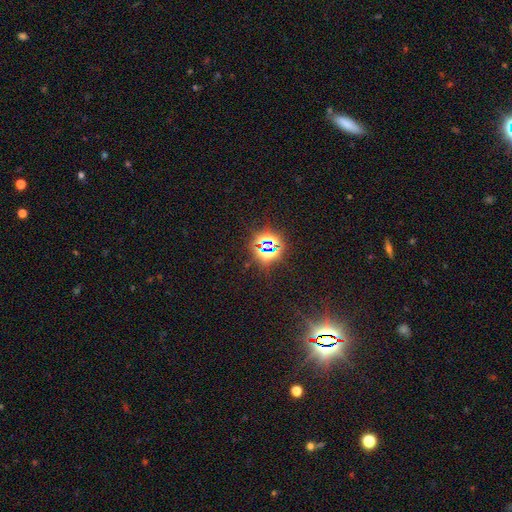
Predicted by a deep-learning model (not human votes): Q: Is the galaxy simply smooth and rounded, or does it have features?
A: star or artifact — 79%.